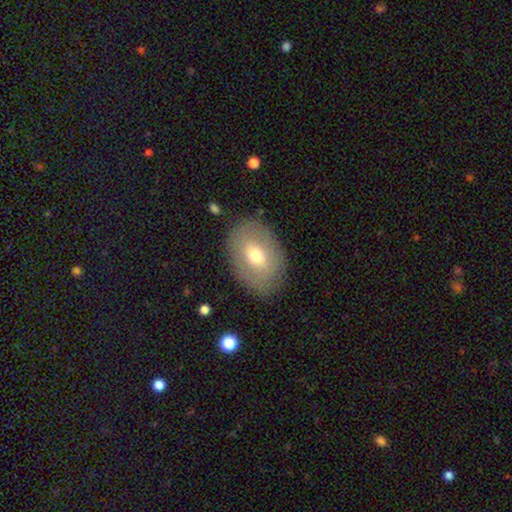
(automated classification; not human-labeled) Morphology: type=smooth (59%); roundness=in between (79%); merging=none (83%).